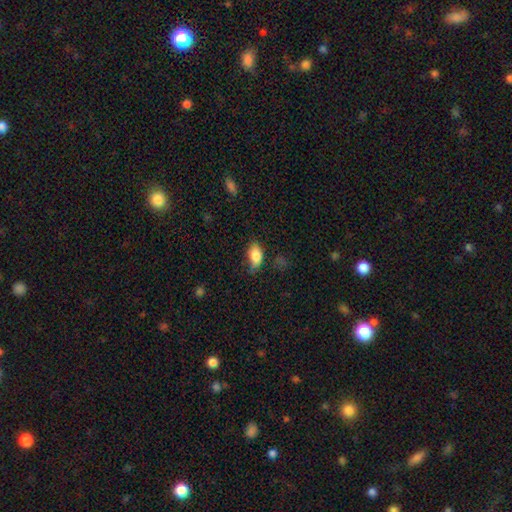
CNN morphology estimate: Smooth or featured? Predicted: smooth (p=0.82). How rounded? Predicted: in between (p=0.88). Merging? Predicted: none (p=0.59).